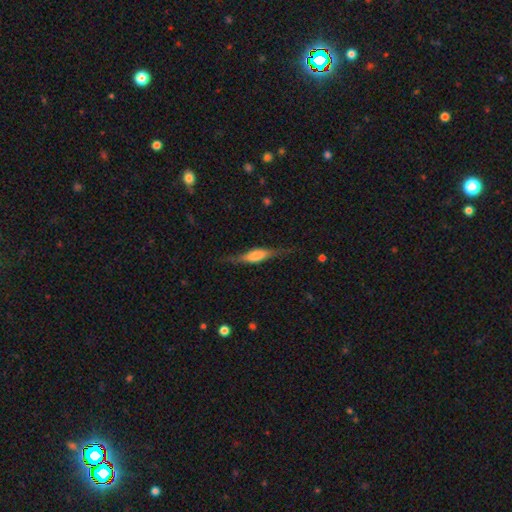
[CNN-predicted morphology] smooth_or_featured: featured or disk (p=0.56) [alt: smooth p=0.37]
disk_edge_on: yes (p=0.93) [alt: no p=0.07]
edge_on_bulge: rounded (p=0.61) [alt: boxy p=0.32]
merging: none (p=0.76) [alt: minor disturbance p=0.16]